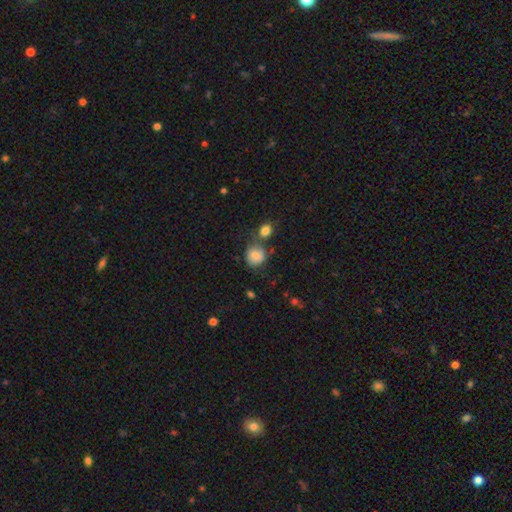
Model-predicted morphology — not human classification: Smooth or featured?
  - smooth: 79% *
  - featured or disk: 12%
  - star or artifact: 9%
How rounded?
  - round: 74% *
  - in between: 25%
  - cigar-shaped: 1%
Merging?
  - none: 53% *
  - minor disturbance: 20%
  - merger: 19%
  - major disturbance: 8%